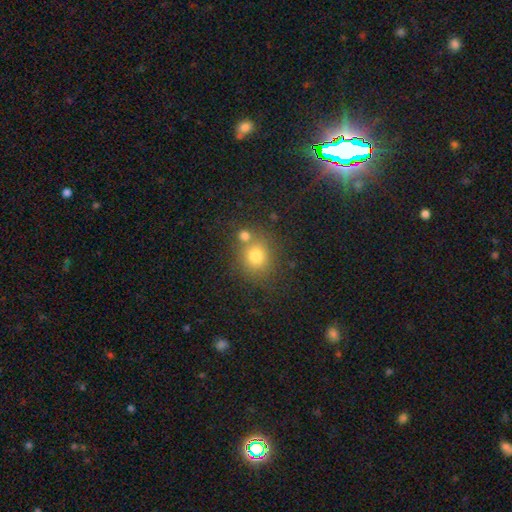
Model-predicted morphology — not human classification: A smooth galaxy with no disk features (76%) that is round (81%). Merging: none (62%).